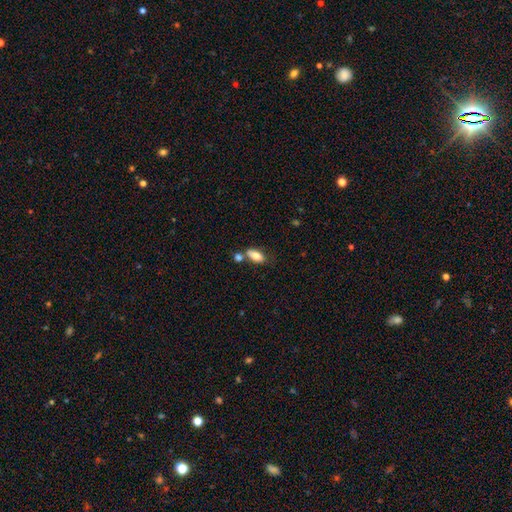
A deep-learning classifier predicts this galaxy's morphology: Smooth or featured? smooth (78%)
How rounded? in between (86%)
Merging? none (54%)